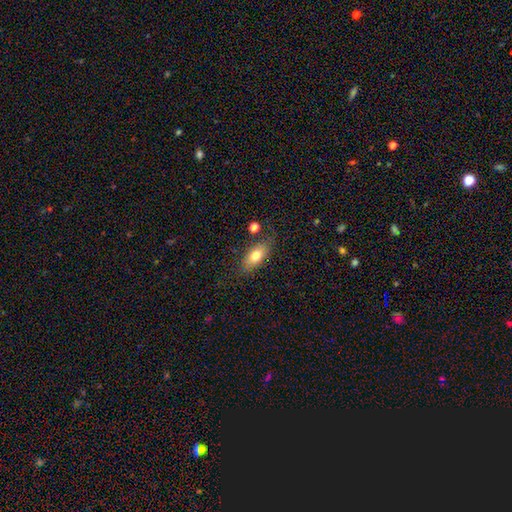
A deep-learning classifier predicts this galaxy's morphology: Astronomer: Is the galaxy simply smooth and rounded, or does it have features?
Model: smooth — 73%.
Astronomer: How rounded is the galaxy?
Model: in between — 84%.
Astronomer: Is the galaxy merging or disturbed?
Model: none — 70%.